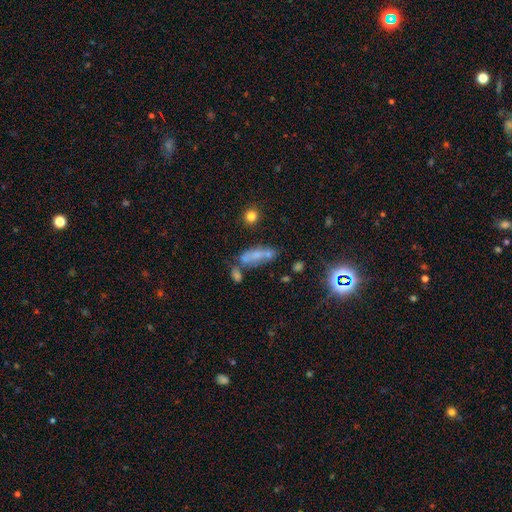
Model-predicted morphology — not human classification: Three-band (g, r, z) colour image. It shows a smooth galaxy with no disk features (51%) that is in between round and cigar-shaped (55%). Merging: none (42%).